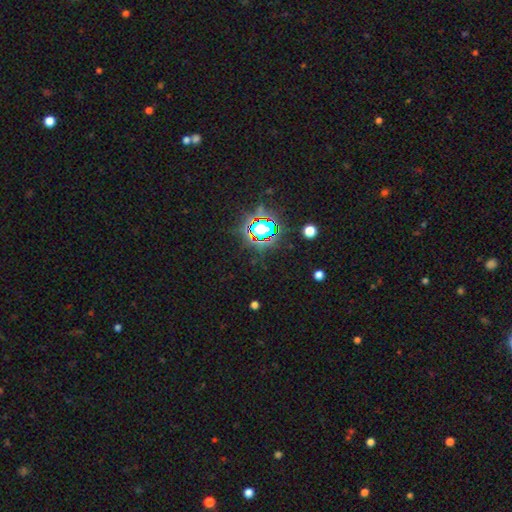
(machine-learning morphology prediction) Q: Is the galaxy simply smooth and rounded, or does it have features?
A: star or artifact — 81%.